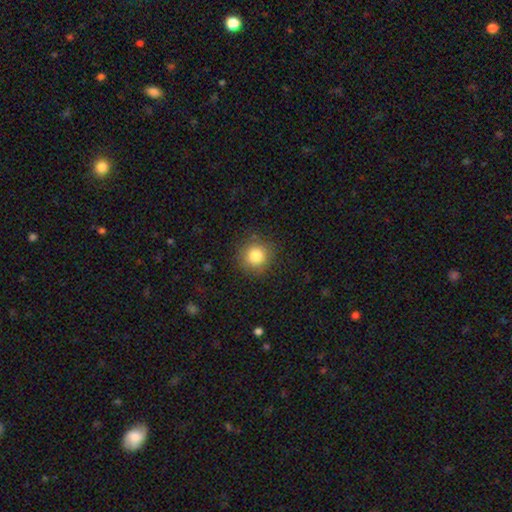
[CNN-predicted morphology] Q: Smooth or featured?
A: smooth (83%); runner-up: star or artifact (11%)
Q: How rounded?
A: round (93%); runner-up: in between (6%)
Q: Merging?
A: none (87%); runner-up: minor disturbance (9%)